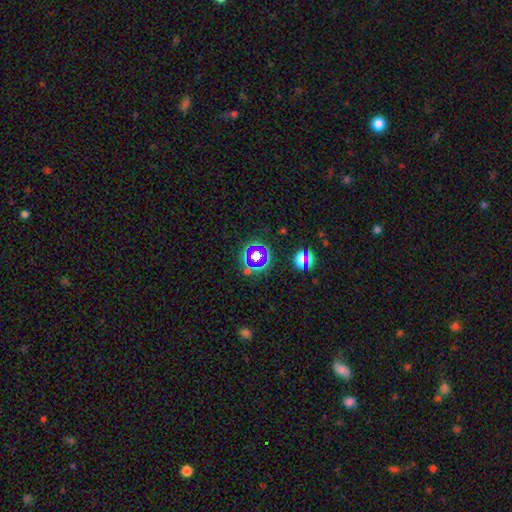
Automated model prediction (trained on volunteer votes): smooth-or-featured: star or artifact: 56% | smooth: 27% | featured or disk: 17%